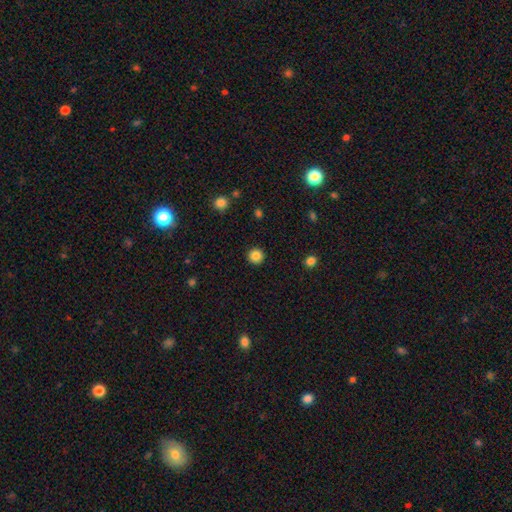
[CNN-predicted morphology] A smooth galaxy with no disk features (85%) that is round (95%). Merging: none (93%).